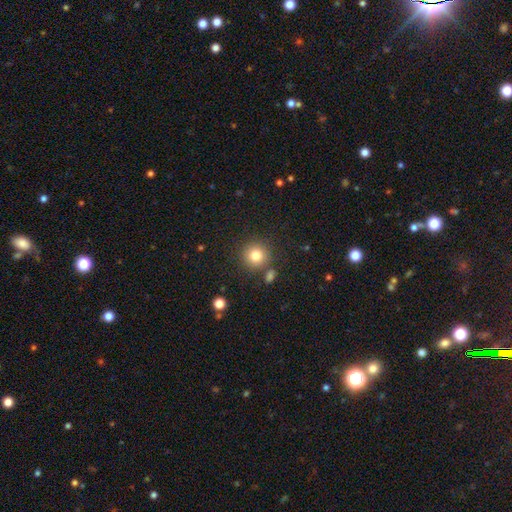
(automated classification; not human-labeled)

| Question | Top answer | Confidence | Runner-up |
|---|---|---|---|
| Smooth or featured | smooth | 81% | star or artifact (12%) |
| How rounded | round | 93% | in between (6%) |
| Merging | none | 83% | minor disturbance (8%) |